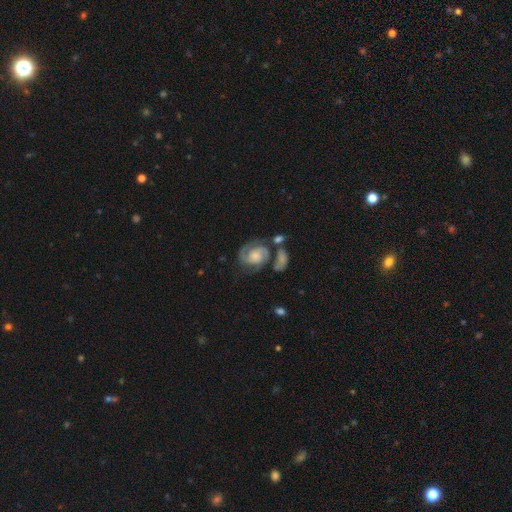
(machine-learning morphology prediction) The model was most divided on "spiral winding": tight: 47%, medium: 42%, loose: 11%. Remaining: edge-on disk — no (98%); spiral arms — yes (96%); spiral arm count — 2 (87%); smooth or featured — featured or disk (85%); bar — no (66%); merging — none (55%); bulge size — moderate (37%).